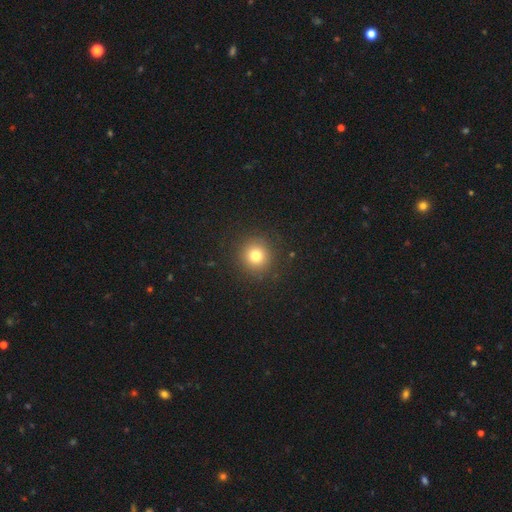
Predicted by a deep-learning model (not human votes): Morphology: type=smooth (77%); roundness=round (93%); merging=none (90%).